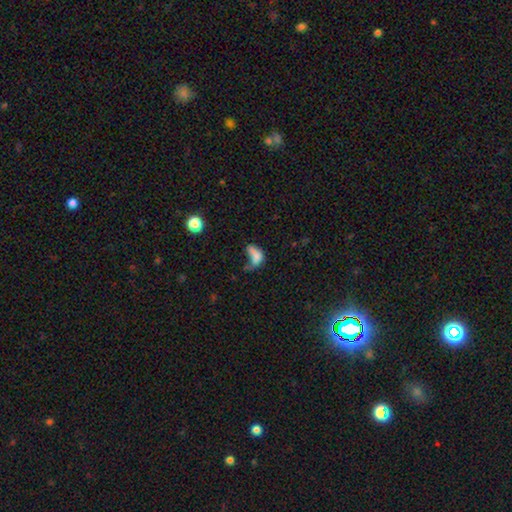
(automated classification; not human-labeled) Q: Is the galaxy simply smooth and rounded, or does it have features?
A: smooth — 63%.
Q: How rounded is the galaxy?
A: in between — 82%.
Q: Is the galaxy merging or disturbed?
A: major disturbance — 40%.